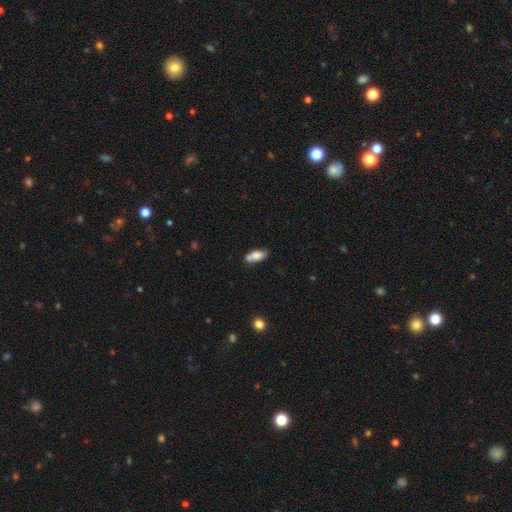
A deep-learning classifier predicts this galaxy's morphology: Smooth or featured?
  - smooth: 79% *
  - featured or disk: 14%
  - star or artifact: 7%
How rounded?
  - in between: 80% *
  - cigar-shaped: 17%
  - round: 2%
Merging?
  - none: 70% *
  - minor disturbance: 20%
  - merger: 6%
  - major disturbance: 4%